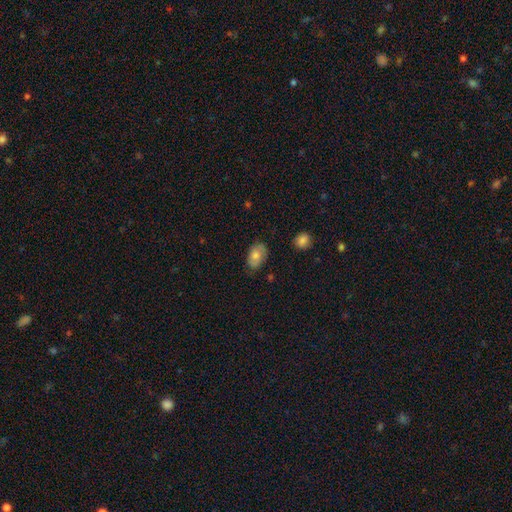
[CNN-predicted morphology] Smooth or featured? smooth (71%)
How rounded? in between (87%)
Merging? none (72%)